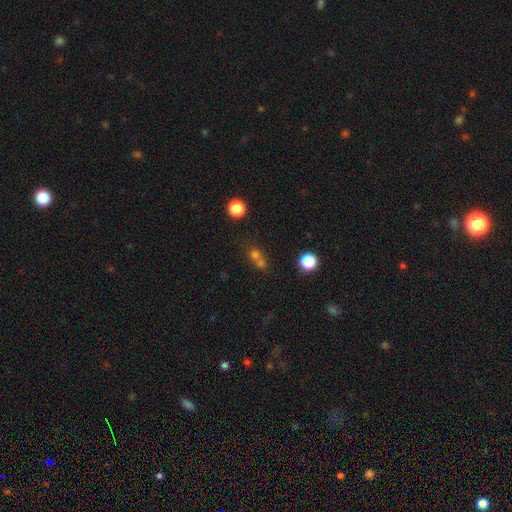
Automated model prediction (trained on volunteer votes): smooth_or_featured: smooth (p=0.64) [alt: star or artifact p=0.23]
how_rounded: round (p=0.78) [alt: in between p=0.20]
merging: merger (p=0.48) [alt: none p=0.41]